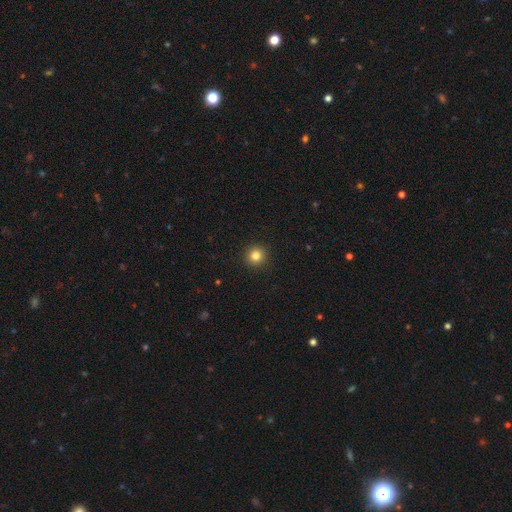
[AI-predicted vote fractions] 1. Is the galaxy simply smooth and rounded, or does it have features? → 82% smooth, 12% star or artifact, 6% featured or disk.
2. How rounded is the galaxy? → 95% round, 4% in between, 1% cigar-shaped.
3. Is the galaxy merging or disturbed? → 93% none, 5% minor disturbance, 2% major disturbance, 1% merger.